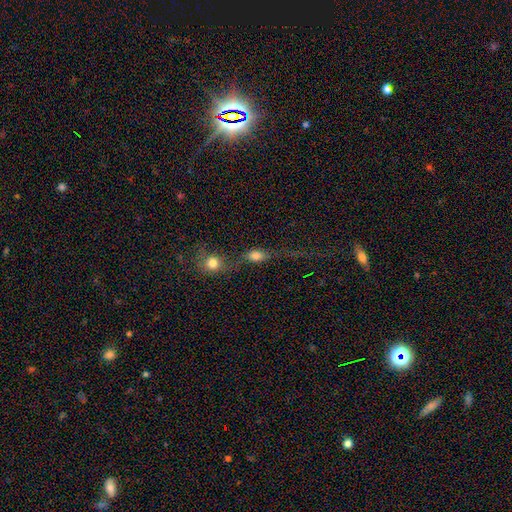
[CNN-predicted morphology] Overall: smooth (69%). How rounded: in between (55%; round 34%). Merging: merger (51%; none 29%).